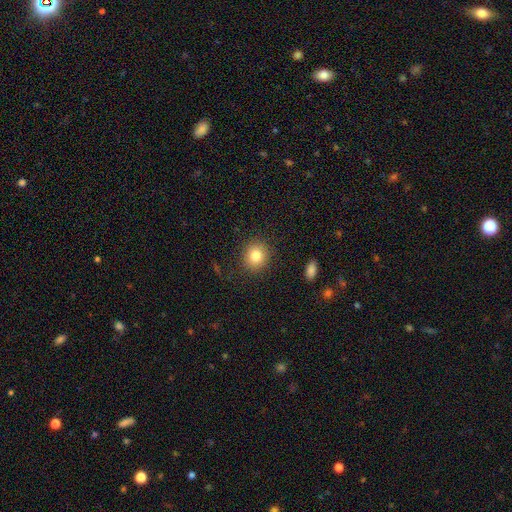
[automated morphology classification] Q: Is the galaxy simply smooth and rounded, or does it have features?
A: smooth — 83%.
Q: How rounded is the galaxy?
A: round — 78%.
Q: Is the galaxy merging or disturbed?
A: none — 87%.